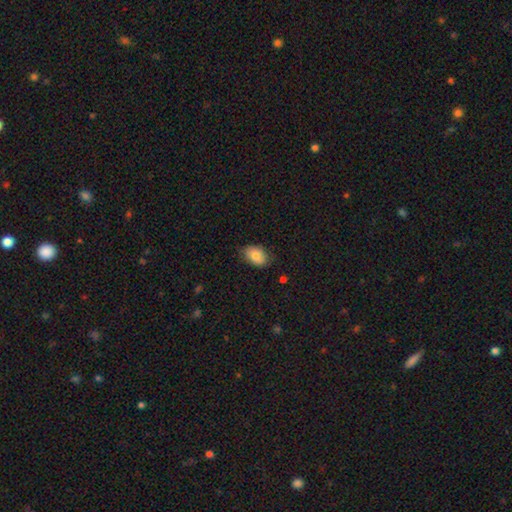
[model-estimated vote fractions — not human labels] This appears to be a smooth galaxy with no disk features (82%) that is in between round and cigar-shaped (86%). Merging: none (79%).